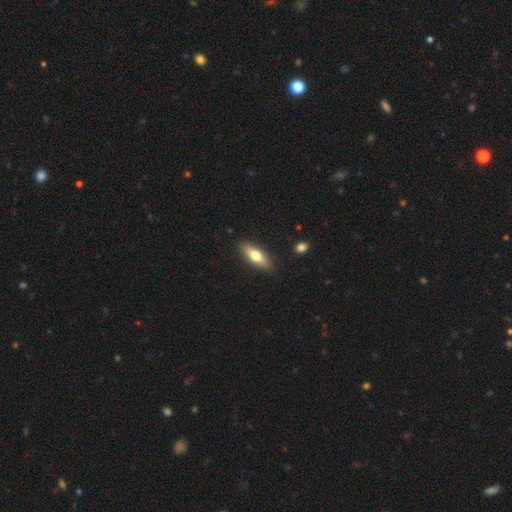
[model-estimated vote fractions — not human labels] This appears to be a smooth galaxy with no disk features (67%) that is in between round and cigar-shaped (54%). Merging: none (88%).